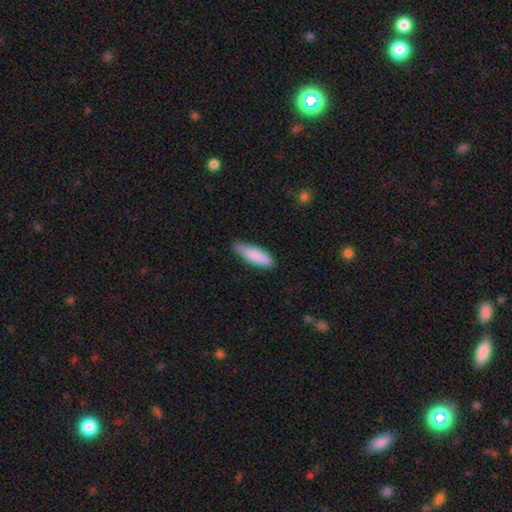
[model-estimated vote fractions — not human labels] Smooth or featured? smooth (86%)
How rounded? cigar-shaped (53%)
Merging? none (75%)